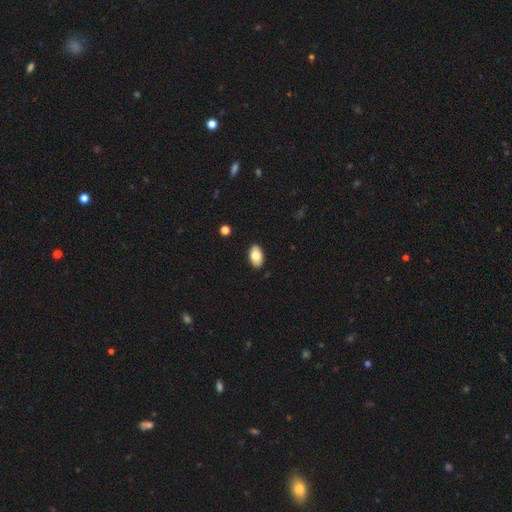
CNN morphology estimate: Smooth or featured: smooth — 80% (featured or disk — 14%)
How rounded: in between — 93% (round — 5%)
Merging: none — 89% (minor disturbance — 8%)